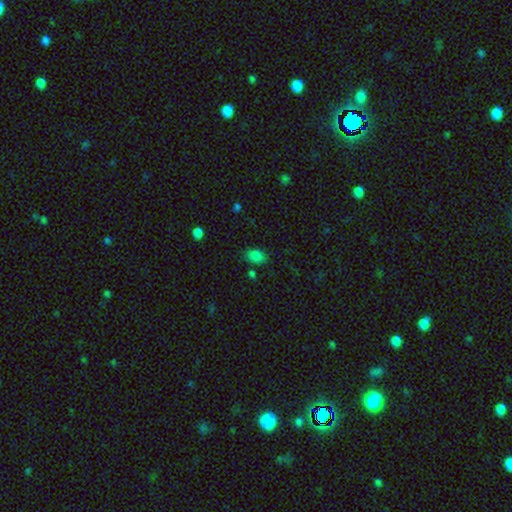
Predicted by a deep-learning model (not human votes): smooth 83%, star or artifact 13%, featured or disk 5%. Down the decision tree: how rounded — in between (82%); merging — none (76%).